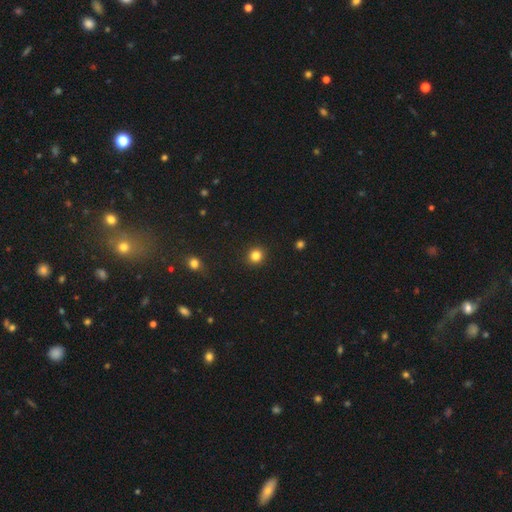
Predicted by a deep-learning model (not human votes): The model was most divided on "smooth or featured": smooth: 83%, star or artifact: 12%, featured or disk: 4%. More confident: merging — none (92%); how rounded — round (90%).